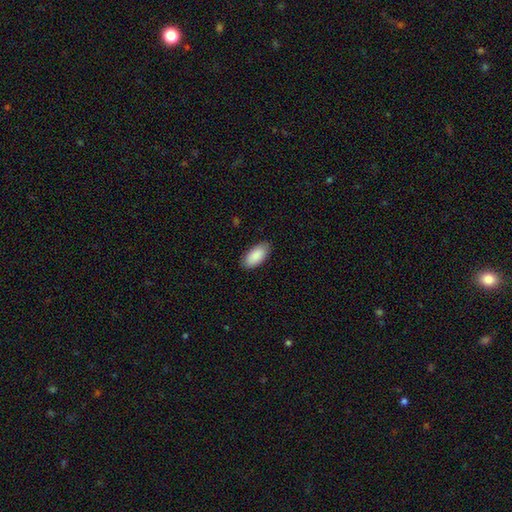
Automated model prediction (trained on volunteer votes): This is clearly a smooth galaxy (90%). How rounded: clearly in between (94%). Merging: clearly none (86%).